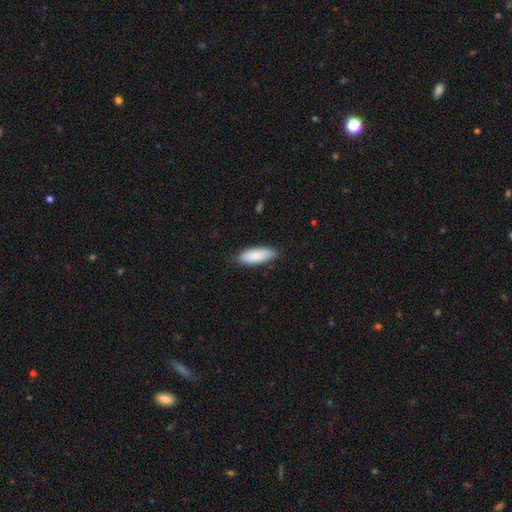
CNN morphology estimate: This is clearly a smooth galaxy (87%). How rounded: likely in between (74%). Merging: clearly none (85%).